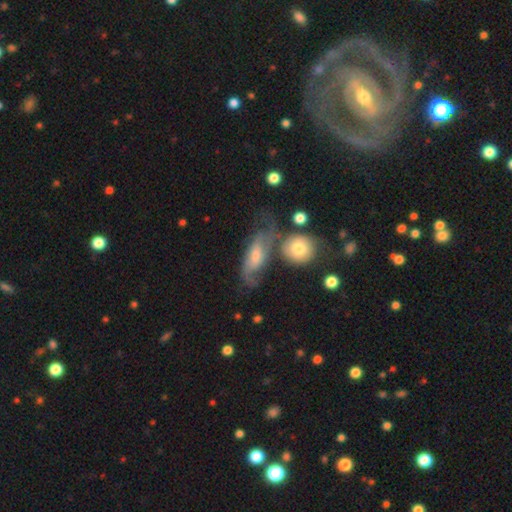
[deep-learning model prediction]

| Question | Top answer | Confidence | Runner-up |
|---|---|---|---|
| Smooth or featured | featured or disk | 62% | smooth (30%) |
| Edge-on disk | no | 85% | yes (15%) |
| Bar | no | 50% | weak (37%) |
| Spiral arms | yes | 82% | no (18%) |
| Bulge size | moderate | 43% | tied: small (43%) |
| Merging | none | 39% | minor disturbance (21%) |